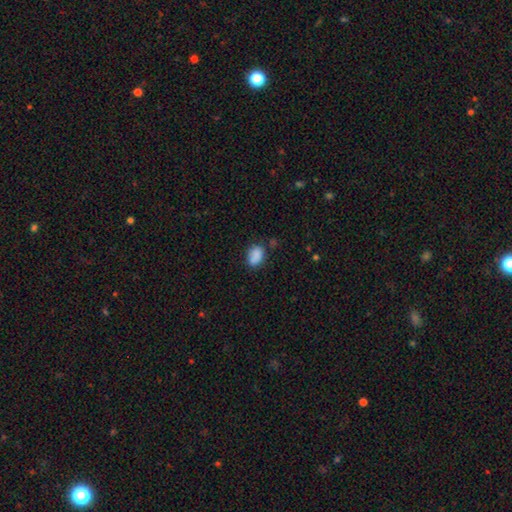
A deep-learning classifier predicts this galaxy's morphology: The model was most divided on "merging": none: 69%, minor disturbance: 22%, major disturbance: 5%, merger: 5%. More confident: smooth or featured — smooth (86%); how rounded — in between (83%).